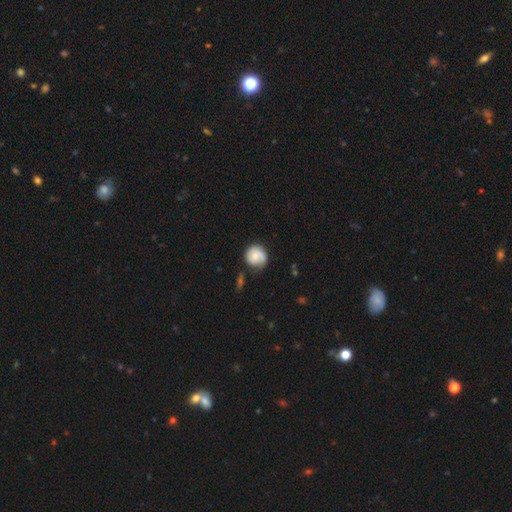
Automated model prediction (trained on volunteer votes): A smooth galaxy with no disk features (61%) that is round (88%). Merging: none (65%).